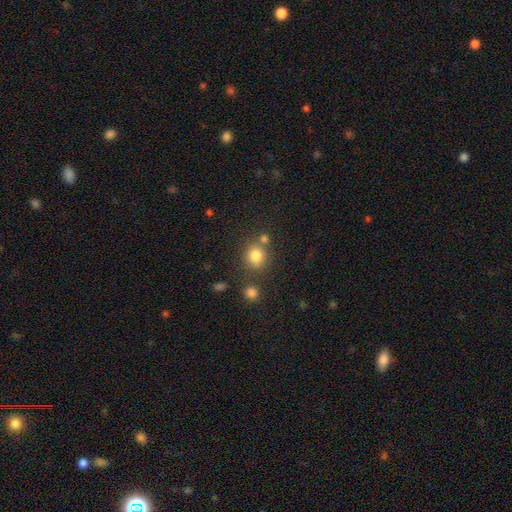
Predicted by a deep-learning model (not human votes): Morphology: type=smooth (81%); roundness=round (78%); merging=none (68%).